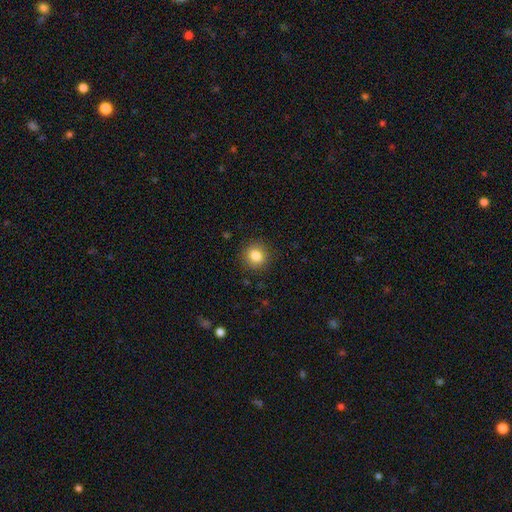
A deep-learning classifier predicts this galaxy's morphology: This is clearly a smooth galaxy (83%). How rounded: clearly round (87%). Merging: clearly none (89%).